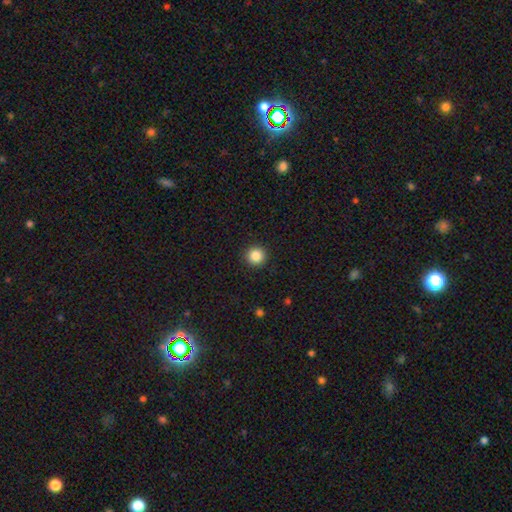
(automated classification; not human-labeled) The model was most divided on "smooth or featured": smooth: 86%, star or artifact: 10%, featured or disk: 4%. More confident: how rounded — round (95%); merging — none (93%).